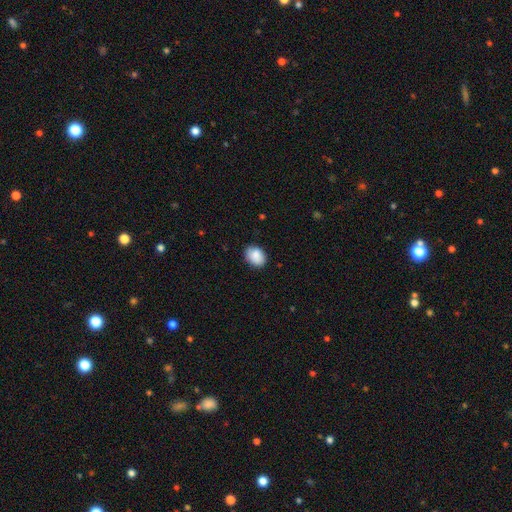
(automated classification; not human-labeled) Smooth or featured? Predicted: smooth (p=0.87). How rounded? Predicted: in between (p=0.66). Merging? Predicted: none (p=0.84).